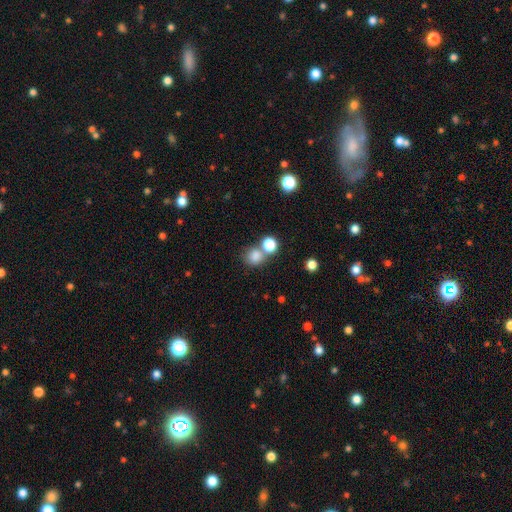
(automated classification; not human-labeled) Morphology: type=smooth (81%); roundness=round (84%); merging=none (56%).